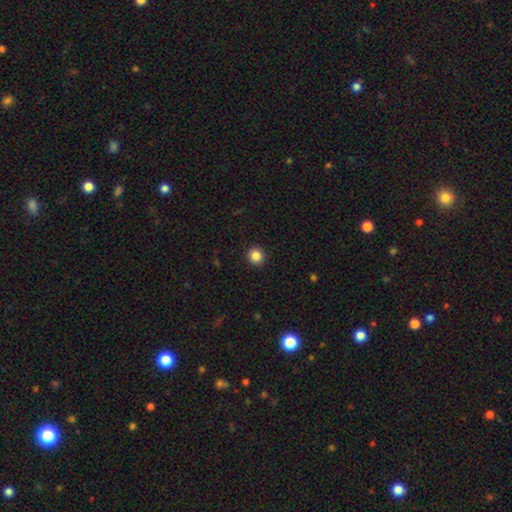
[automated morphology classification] smooth-or-featured: smooth: 85% | star or artifact: 11% | featured or disk: 4%
  how-rounded: round: 93% | in between: 6% | cigar-shaped: 1%
  merging: none: 93% | minor disturbance: 5% | major disturbance: 2% | merger: 1%